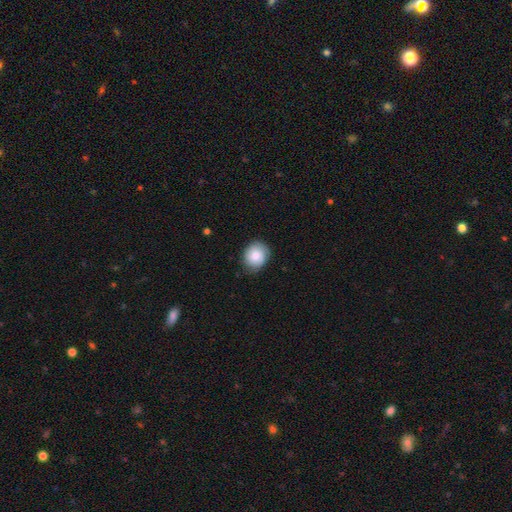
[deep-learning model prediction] Smooth or featured? Predicted: smooth (p=0.75). How rounded? Predicted: round (p=0.72). Merging? Predicted: none (p=0.75).